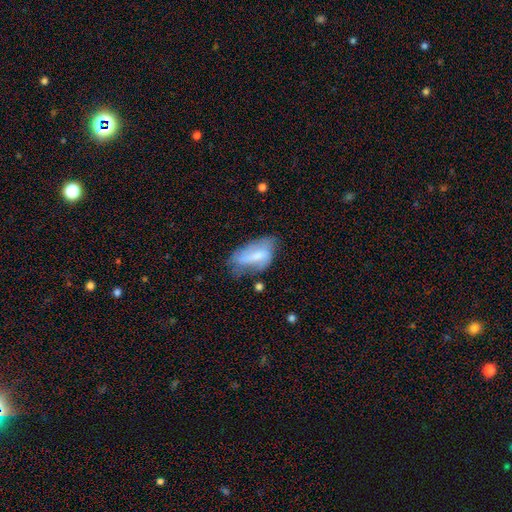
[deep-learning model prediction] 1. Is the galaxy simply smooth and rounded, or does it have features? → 49% smooth, 44% featured or disk, 8% star or artifact.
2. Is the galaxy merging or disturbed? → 42% none, 35% minor disturbance, 18% major disturbance, 4% merger.